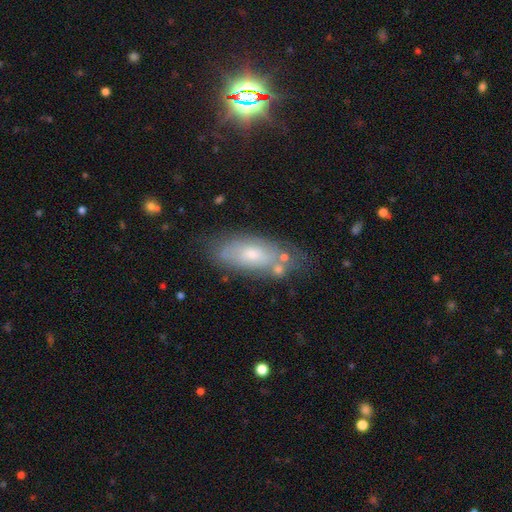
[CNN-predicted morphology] Smooth or featured? smooth (45%)
Merging? none (66%)